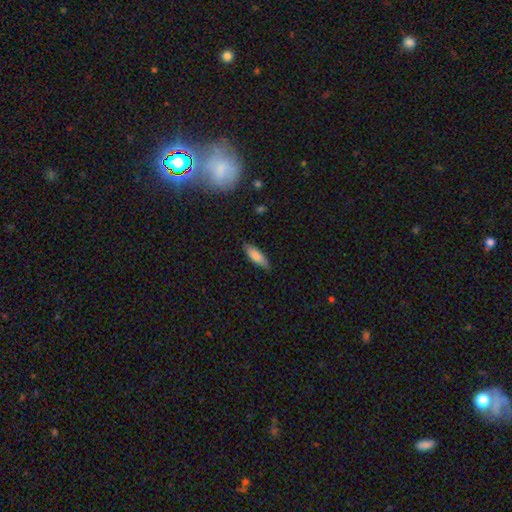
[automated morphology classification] smooth_or_featured: smooth (p=0.79) [alt: featured or disk p=0.14]
how_rounded: in between (p=0.58) [alt: cigar-shaped p=0.41]
merging: none (p=0.82) [alt: minor disturbance p=0.15]